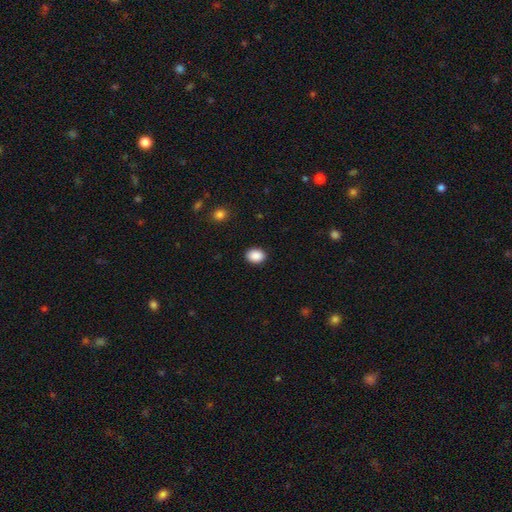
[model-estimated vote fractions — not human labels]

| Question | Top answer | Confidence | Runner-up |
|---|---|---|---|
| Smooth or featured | smooth | 90% | star or artifact (8%) |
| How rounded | in between | 68% | round (31%) |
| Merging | none | 90% | minor disturbance (7%) |